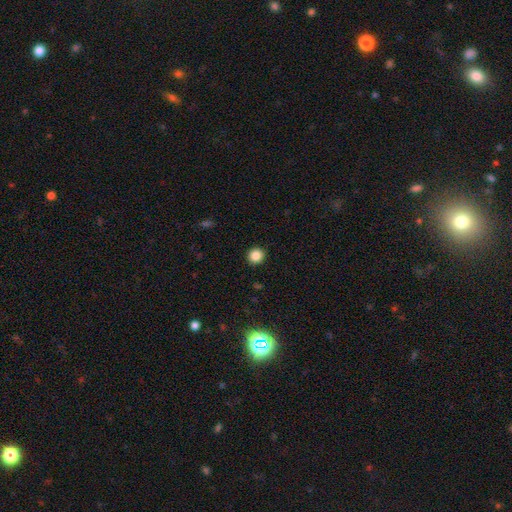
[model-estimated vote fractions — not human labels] smooth 86%, star or artifact 11%, featured or disk 4%. Down the decision tree: how rounded — round (90%); merging — none (92%).